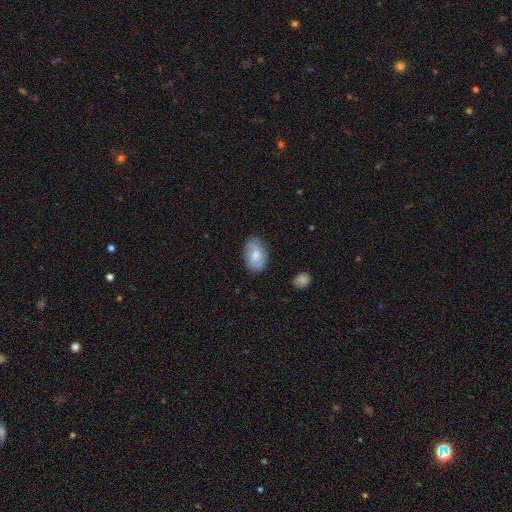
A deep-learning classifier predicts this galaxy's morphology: This is likely a smooth galaxy (75%). How rounded: clearly in between (91%). Merging: likely none (79%).